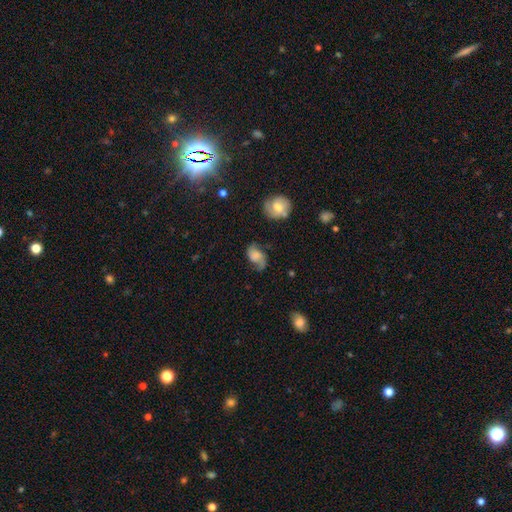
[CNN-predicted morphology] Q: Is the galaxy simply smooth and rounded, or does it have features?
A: featured or disk — 52%.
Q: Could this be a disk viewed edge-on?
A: no — 96%.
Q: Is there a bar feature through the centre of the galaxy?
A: no — 63%.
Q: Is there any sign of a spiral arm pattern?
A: yes — 89%.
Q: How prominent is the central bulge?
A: none — 42%.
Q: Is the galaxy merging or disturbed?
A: none — 50%.